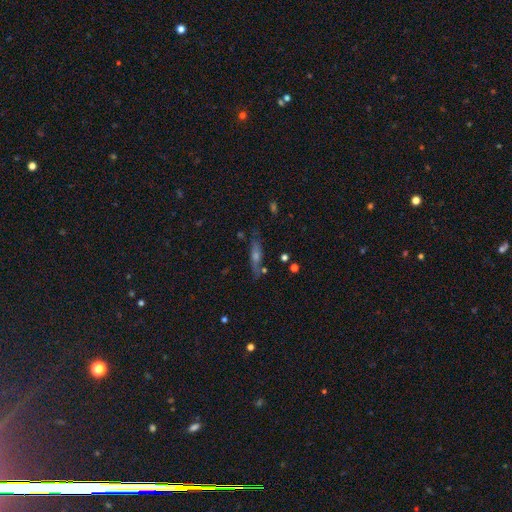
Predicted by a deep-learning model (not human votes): Smooth or featured: featured or disk — 52% (smooth — 32%)
Edge-on disk: yes — 77% (no — 23%)
Merging: none — 77% (minor disturbance — 14%)